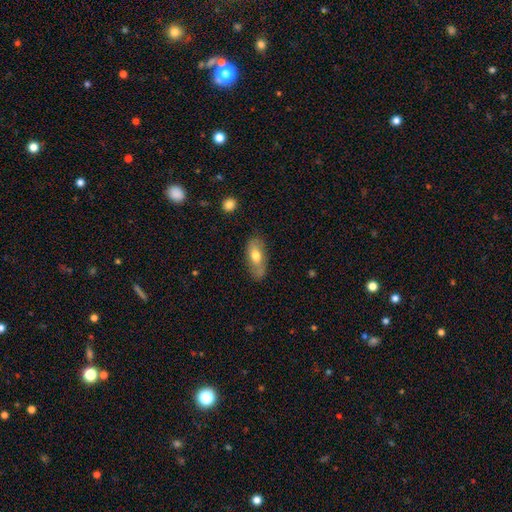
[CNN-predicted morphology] This is likely a smooth galaxy (67%). How rounded: clearly in between (82%). Merging: likely none (66%).